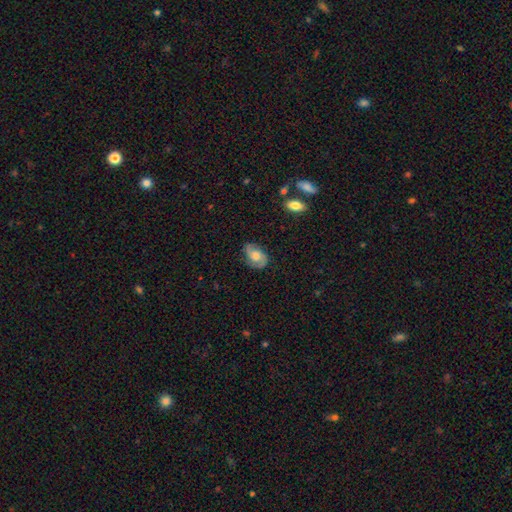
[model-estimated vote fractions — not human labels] Q: Smooth or featured?
A: featured or disk (63%); runner-up: smooth (29%)
Q: Edge-on disk?
A: no (96%); runner-up: yes (4%)
Q: Bar?
A: no (65%); runner-up: weak (30%)
Q: Spiral arms?
A: yes (90%); runner-up: no (10%)
Q: Spiral winding?
A: medium (46%); runner-up: tight (31%)
Q: Spiral arm count?
A: 2 (86%); runner-up: can't tell (7%)
Q: Bulge size?
A: moderate (49%); runner-up: large (27%)
Q: Merging?
A: none (75%); runner-up: minor disturbance (18%)